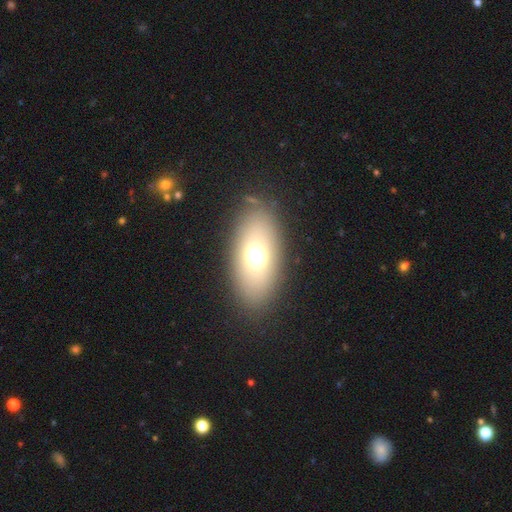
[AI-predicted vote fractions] This appears to be a smooth galaxy with no disk features (64%) that is in between round and cigar-shaped (84%). Merging: none (84%).